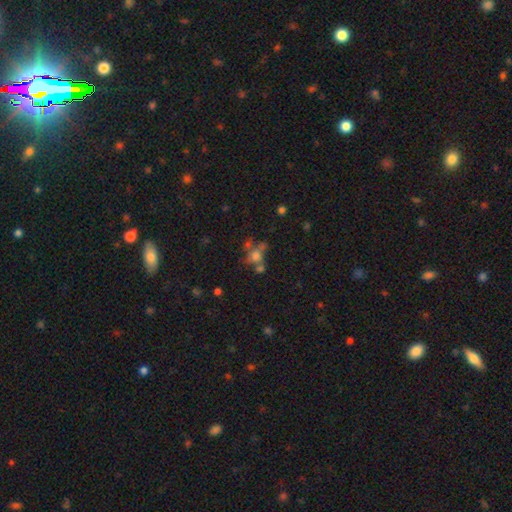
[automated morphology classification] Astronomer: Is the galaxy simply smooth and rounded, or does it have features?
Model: smooth — 53%.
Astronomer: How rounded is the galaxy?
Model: round — 67%.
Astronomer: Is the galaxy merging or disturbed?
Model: none — 42% (runner-up: merger, 33%).